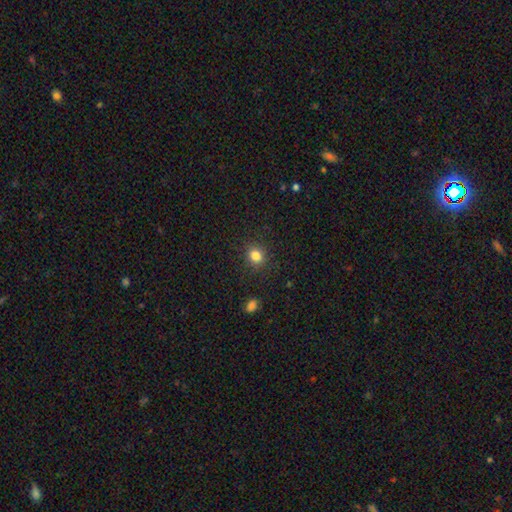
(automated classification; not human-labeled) Morphology: type=smooth (84%); roundness=round (75%); merging=none (87%).